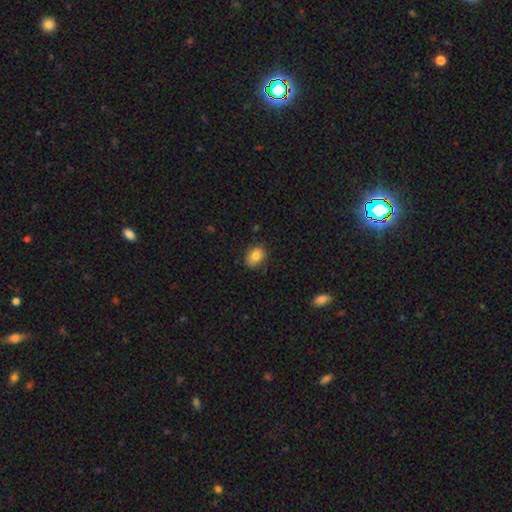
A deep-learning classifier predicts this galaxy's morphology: type=smooth (83%); roundness=in between (65%); merging=none (82%).